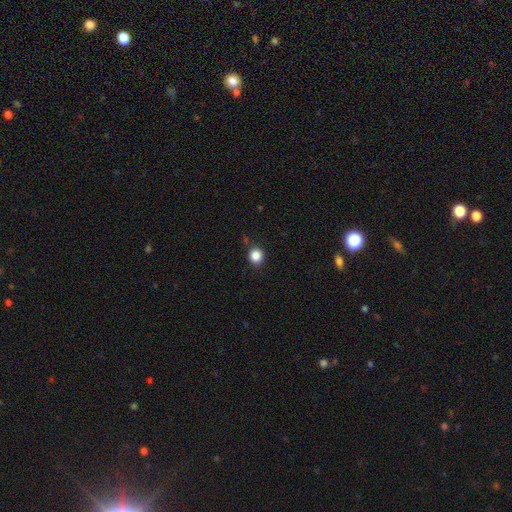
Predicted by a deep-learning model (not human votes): smooth-or-featured: smooth: 86% | star or artifact: 11% | featured or disk: 3%
  how-rounded: round: 88% | in between: 11% | cigar-shaped: 1%
  merging: none: 87% | minor disturbance: 8% | major disturbance: 2% | merger: 2%